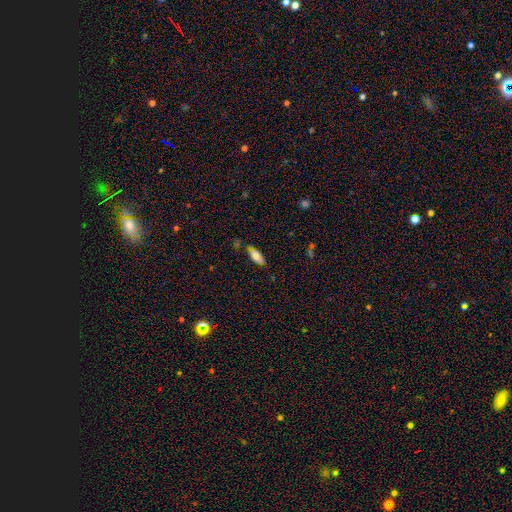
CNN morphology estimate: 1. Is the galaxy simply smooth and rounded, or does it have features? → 72% smooth, 21% featured or disk, 7% star or artifact.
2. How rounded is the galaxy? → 75% in between, 23% cigar-shaped, 2% round.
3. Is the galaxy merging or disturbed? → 76% none, 18% minor disturbance, 4% major disturbance, 3% merger.